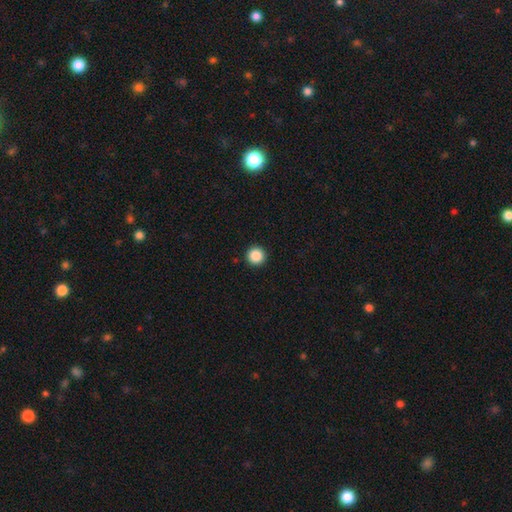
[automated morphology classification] smooth-or-featured: smooth: 88% | star or artifact: 10% | featured or disk: 3%
  how-rounded: round: 97% | in between: 3% | cigar-shaped: 1%
  merging: none: 93% | minor disturbance: 4% | major disturbance: 1% | merger: 1%